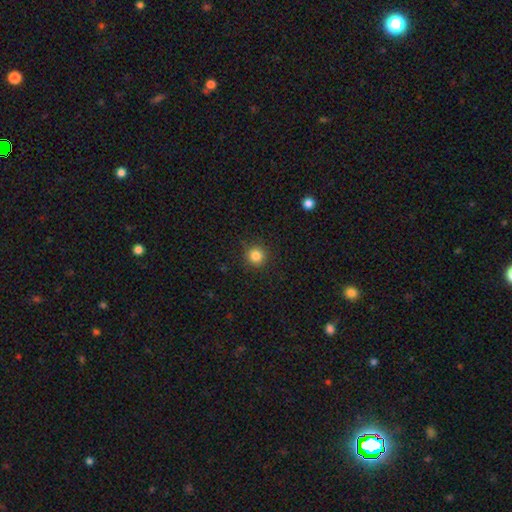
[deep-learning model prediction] Smooth or featured?
  - smooth: 83% *
  - star or artifact: 12%
  - featured or disk: 5%
How rounded?
  - round: 95% *
  - in between: 4%
  - cigar-shaped: 1%
Merging?
  - none: 90% *
  - minor disturbance: 7%
  - major disturbance: 2%
  - merger: 1%